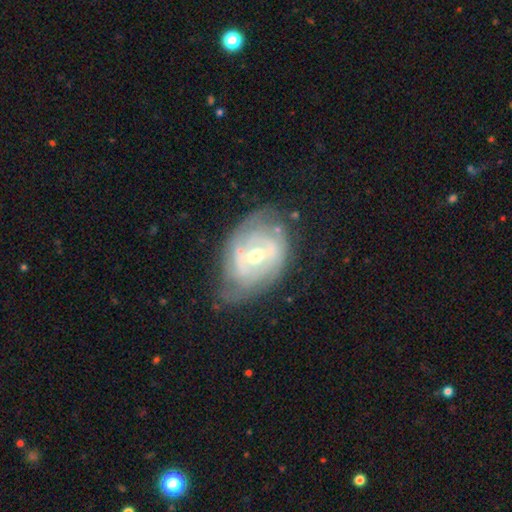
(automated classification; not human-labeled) Smooth or featured? Predicted: featured or disk (p=0.81). Edge-on disk? Predicted: no (p=0.95). Bar? Predicted: weak (p=0.47). Spiral arms? Predicted: yes (p=0.79). Spiral winding? Predicted: tight (p=0.57). Spiral arm count? Predicted: 2 (p=0.43). Bulge size? Predicted: moderate (p=0.60). Merging? Predicted: none (p=0.61).